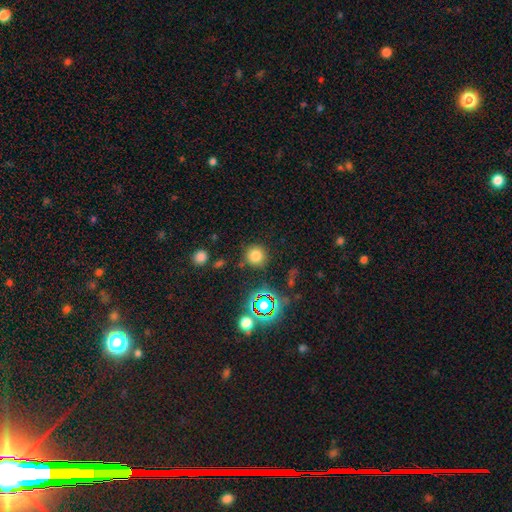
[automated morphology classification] Overall: smooth (75%). How rounded: round (93%). Merging: none (85%).